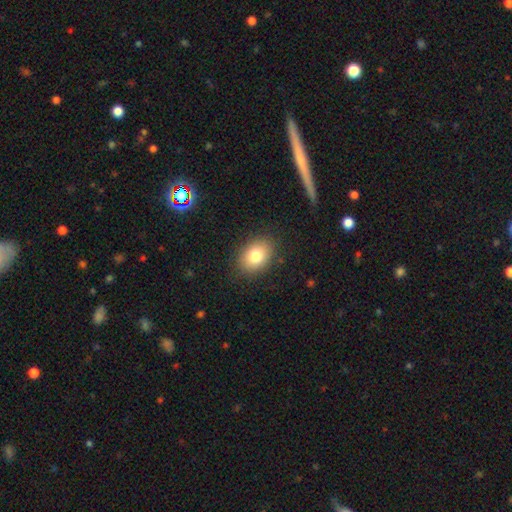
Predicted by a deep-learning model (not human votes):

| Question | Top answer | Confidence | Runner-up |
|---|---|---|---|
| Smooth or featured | smooth | 80% | featured or disk (11%) |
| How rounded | in between | 72% | round (27%) |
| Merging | none | 86% | minor disturbance (10%) |